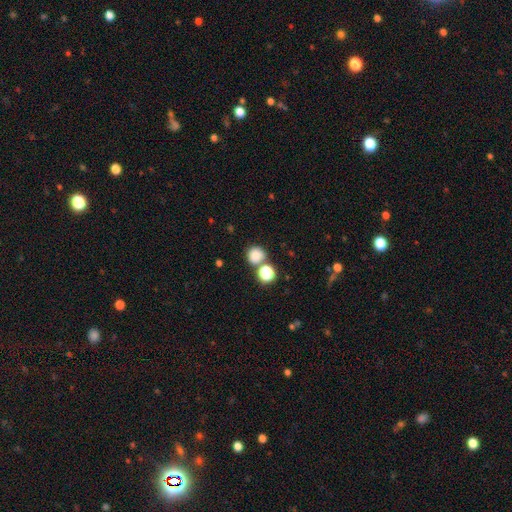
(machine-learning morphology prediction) smooth 81%, star or artifact 14%, featured or disk 6%. Down the decision tree: how rounded — round (88%); merging — none (63%).